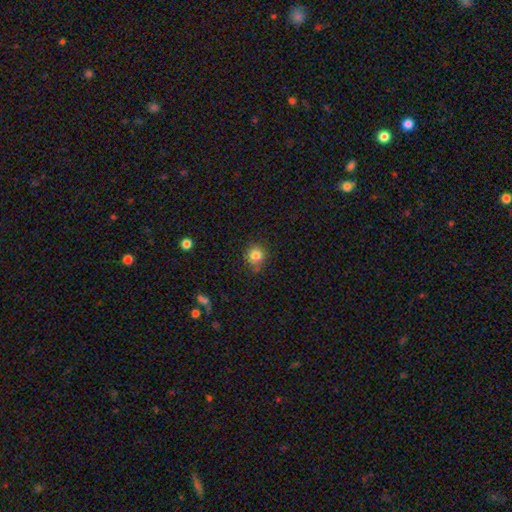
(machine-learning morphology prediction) Smooth or featured? smooth (82%)
How rounded? round (90%)
Merging? none (82%)